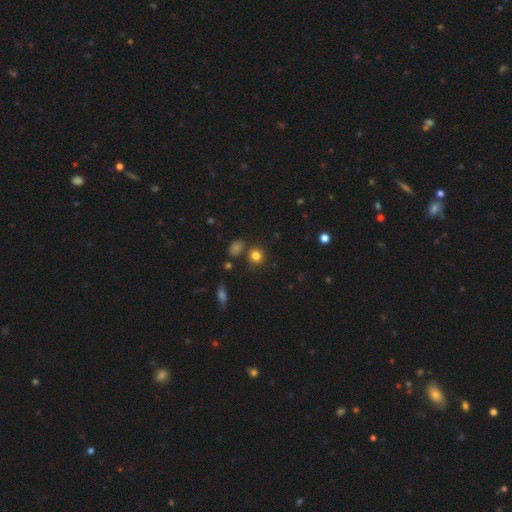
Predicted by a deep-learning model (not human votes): smooth 80%, star or artifact 14%, featured or disk 6%. Down the decision tree: how rounded — round (86%); merging — none (79%).